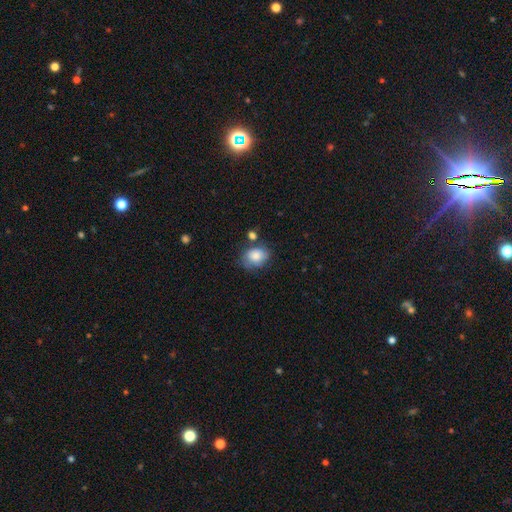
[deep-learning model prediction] Q: Smooth or featured?
A: smooth (79%); runner-up: featured or disk (12%)
Q: How rounded?
A: in between (55%); runner-up: round (44%)
Q: Merging?
A: none (58%); runner-up: minor disturbance (25%)